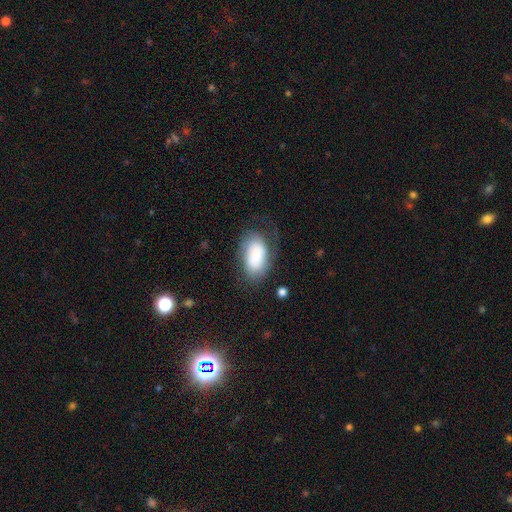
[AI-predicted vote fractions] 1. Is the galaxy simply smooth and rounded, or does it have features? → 68% smooth, 25% featured or disk, 7% star or artifact.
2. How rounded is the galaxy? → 92% in between, 6% round, 1% cigar-shaped.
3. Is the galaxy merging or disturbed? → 57% none, 25% minor disturbance, 16% major disturbance, 2% merger.